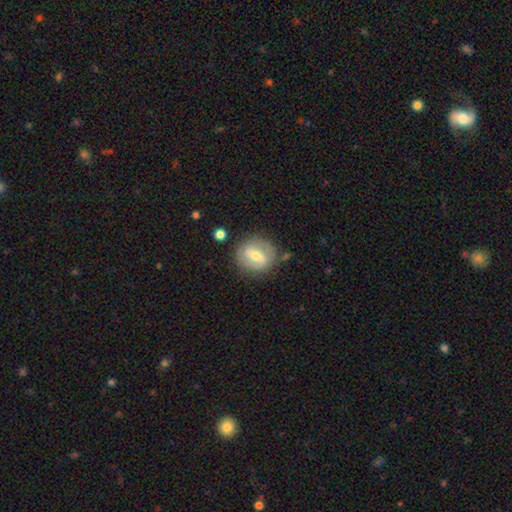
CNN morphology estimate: smooth-or-featured: featured or disk: 56% | smooth: 37% | star or artifact: 7%
  disk-edge-on: no: 95% | yes: 5%
    bar: weak: 43% | strong: 40% | no: 17%
    has-spiral-arms: yes: 57% | no: 43%
    bulge-size: moderate: 59% | small: 35% | large: 4% | none: 1% | dominant: 1%
  merging: none: 76% | minor disturbance: 15% | major disturbance: 6% | merger: 3%